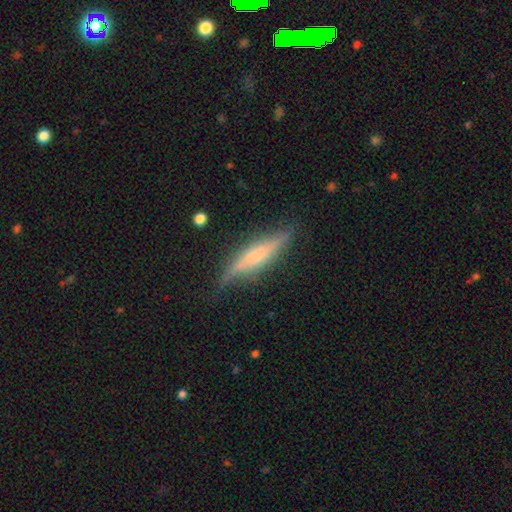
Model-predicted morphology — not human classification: The model was most divided on "edge-on bulge": rounded: 40%, none: 30%, boxy: 30%. More confident: edge-on disk — yes (91%); merging — none (75%); smooth or featured — featured or disk (56%).